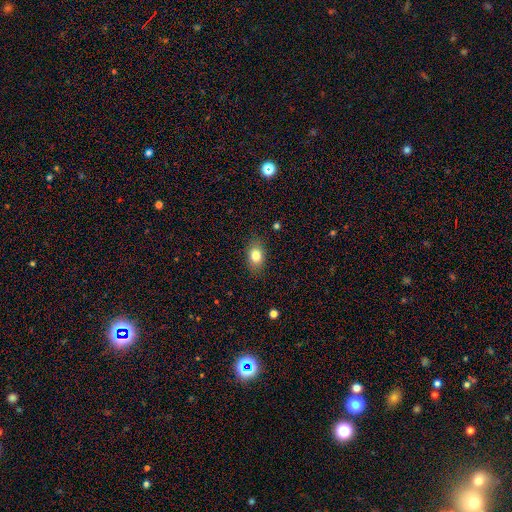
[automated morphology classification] Smooth or featured: smooth — 81% (featured or disk — 10%)
How rounded: in between — 83% (round — 15%)
Merging: none — 85% (minor disturbance — 11%)